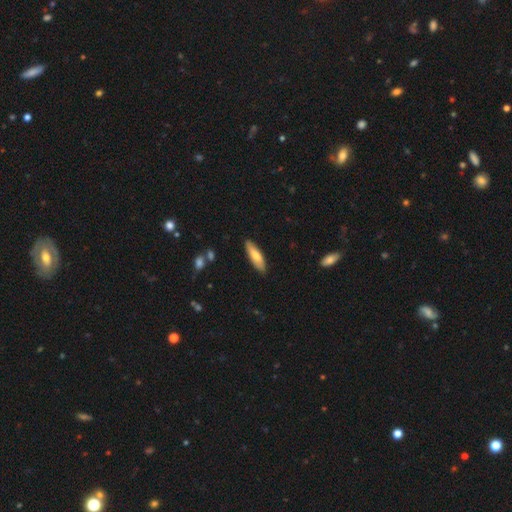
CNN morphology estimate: A smooth galaxy with no disk features (75%) that is cigar-shaped (53%). Merging: none (85%).